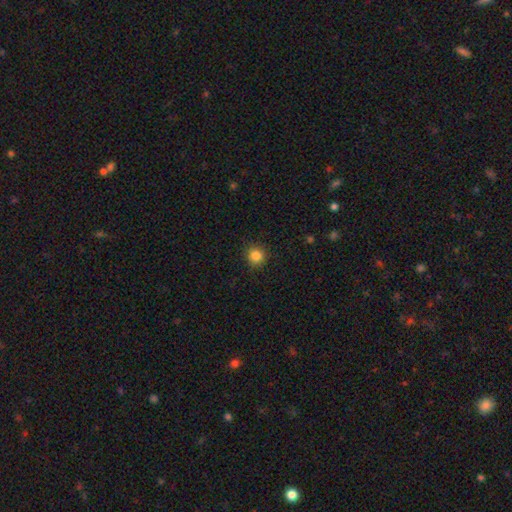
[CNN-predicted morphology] Smooth or featured: smooth — 85% (star or artifact — 12%)
How rounded: round — 93% (in between — 6%)
Merging: none — 90% (minor disturbance — 7%)